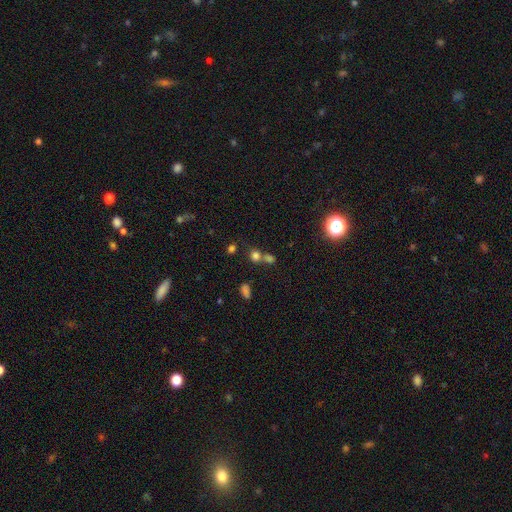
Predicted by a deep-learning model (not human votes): A smooth galaxy with no disk features (72%) that is round (75%). Merging: none (48%).